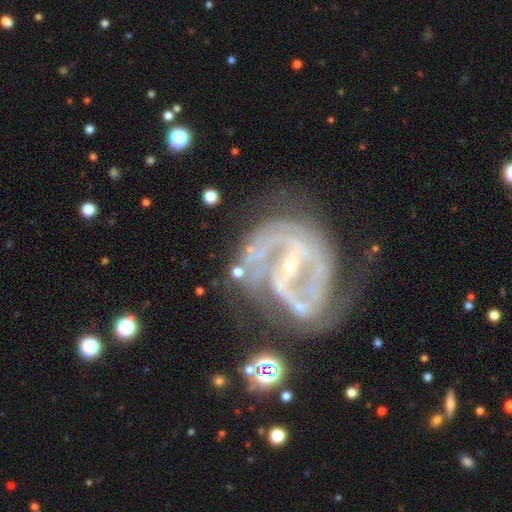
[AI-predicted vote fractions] A featured or disk galaxy (89%) with a strong bar (58%), 2 (64%) medium (48%) spiral arms (94%) and a small central bulge (86%).

Vote fractions:
- Smooth or featured? featured or disk: 89% / star or artifact: 6% / smooth: 4%
- Edge-on disk? no: 97% / yes: 3%
- Bar? strong: 58% / weak: 28% / no: 15%
- Spiral arms? yes: 94% / no: 6%
- Spiral winding? medium: 48% / tight: 38% / loose: 14%
- Spiral arm count? 2: 64% / 3: 12% / can't tell: 11% / 1: 4% / 4: 4% / more than 4: 4%
- Bulge size? small: 86% / moderate: 9% / none: 2% / large: 1% / dominant: 1%
- Merging? none: 46% / major disturbance: 24% / minor disturbance: 22% / merger: 8%